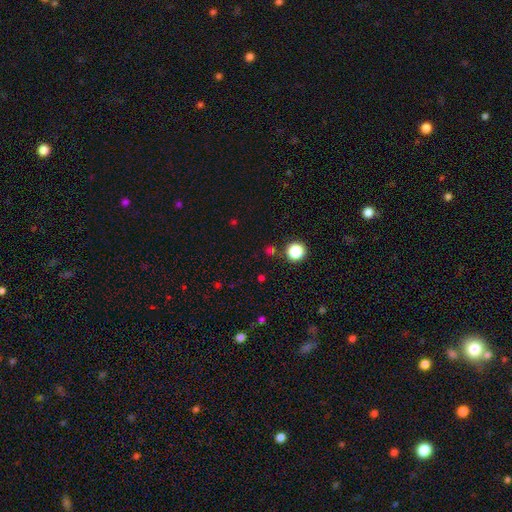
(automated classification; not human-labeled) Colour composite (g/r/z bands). It shows a star or artifact, not a galaxy (48%).